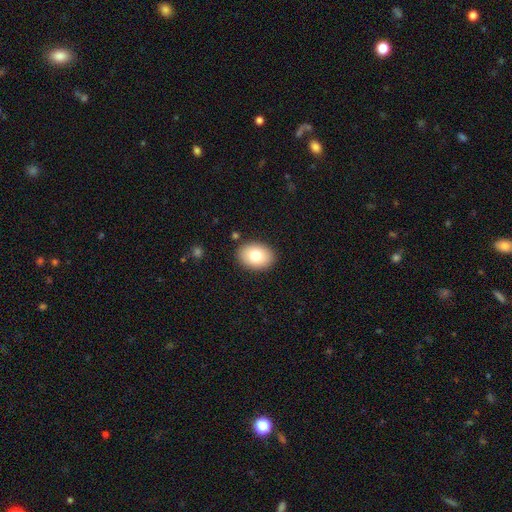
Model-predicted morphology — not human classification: smooth-or-featured: smooth: 78% | featured or disk: 14% | star or artifact: 8%
  how-rounded: in between: 77% | round: 22% | cigar-shaped: 1%
  merging: none: 88% | minor disturbance: 8% | major disturbance: 2% | merger: 2%